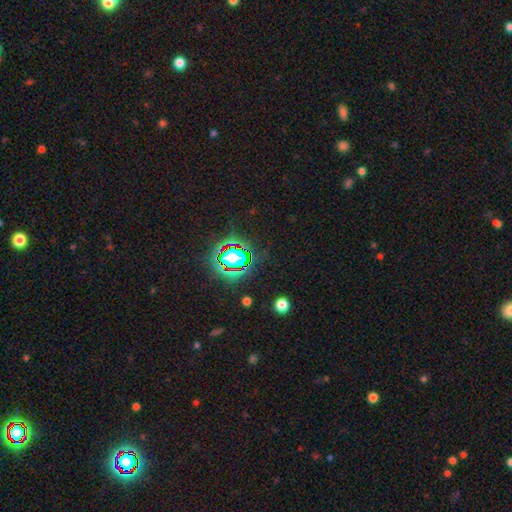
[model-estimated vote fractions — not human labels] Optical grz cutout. It shows a star or artifact, not a galaxy (82%).